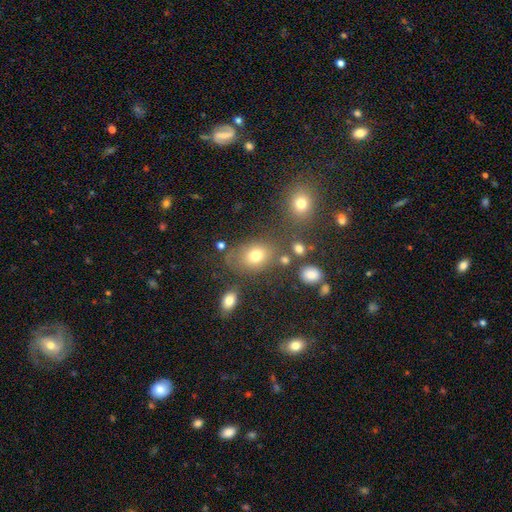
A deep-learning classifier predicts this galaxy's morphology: This appears to be a smooth galaxy with no disk features (72%) that is in between round and cigar-shaped (63%). Merging: none (60%).